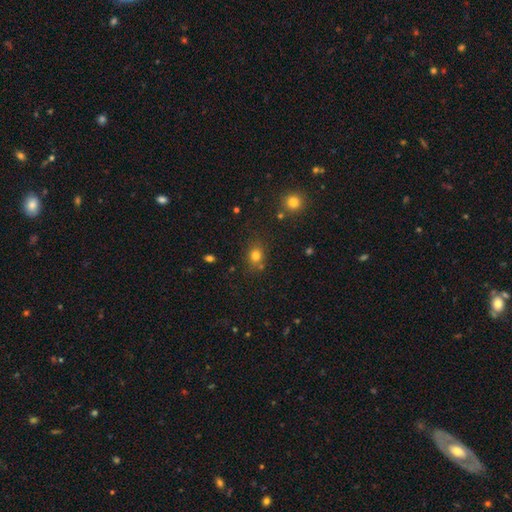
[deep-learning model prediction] A smooth galaxy with no disk features (75%) that is round (67%). Merging: none (74%).